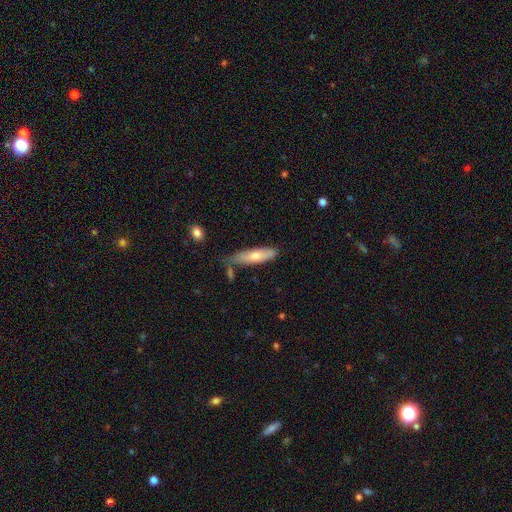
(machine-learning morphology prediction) Smooth or featured: smooth — 64% (featured or disk — 30%)
How rounded: cigar-shaped — 71% (in between — 27%)
Merging: none — 69% (minor disturbance — 21%)